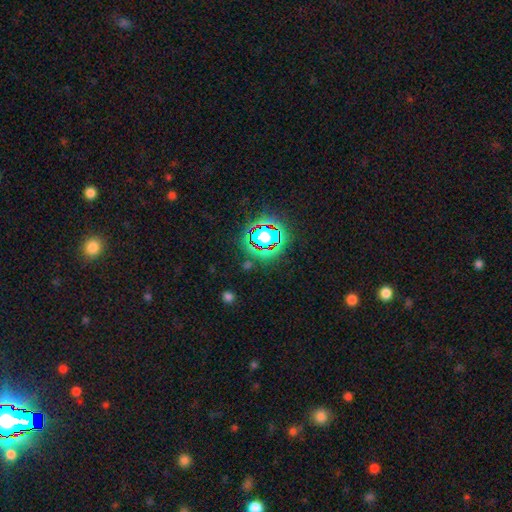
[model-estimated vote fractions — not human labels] A star or artifact, not a galaxy (80%).